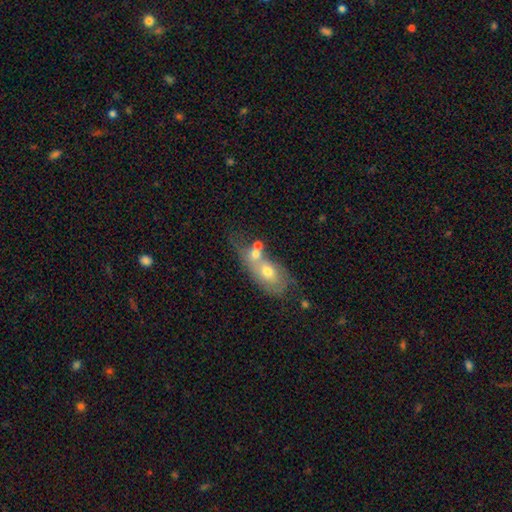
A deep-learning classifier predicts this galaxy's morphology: This appears to be a smooth galaxy with no disk features (51%) that is in between round and cigar-shaped (71%). Merging: merger (54%).